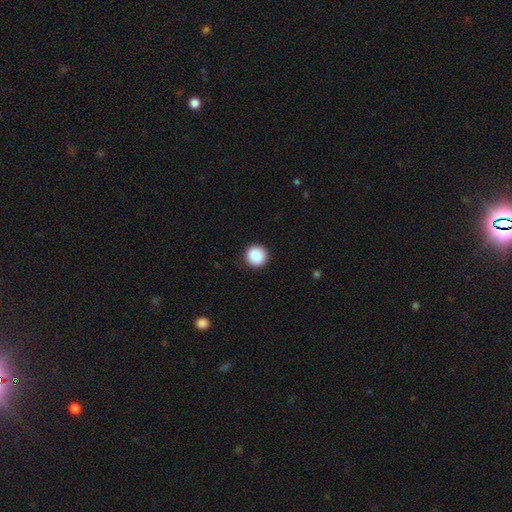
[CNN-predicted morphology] The model was most divided on "smooth or featured": smooth: 89%, star or artifact: 8%, featured or disk: 3%. More confident: how rounded — round (95%); merging — none (91%).